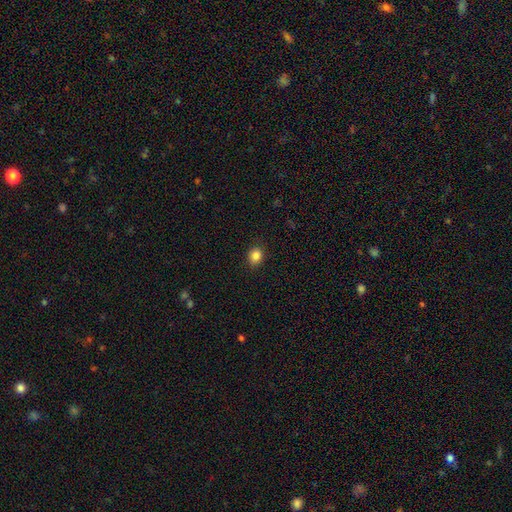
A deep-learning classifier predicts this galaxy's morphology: A smooth galaxy with no disk features (86%) that is round (57%).

Vote fractions:
- Smooth or featured? smooth: 86% / star or artifact: 10% / featured or disk: 4%
- How rounded? round: 57% / in between: 42% / cigar-shaped: 1%
- Merging? none: 88% / minor disturbance: 8% / major disturbance: 2% / merger: 1%